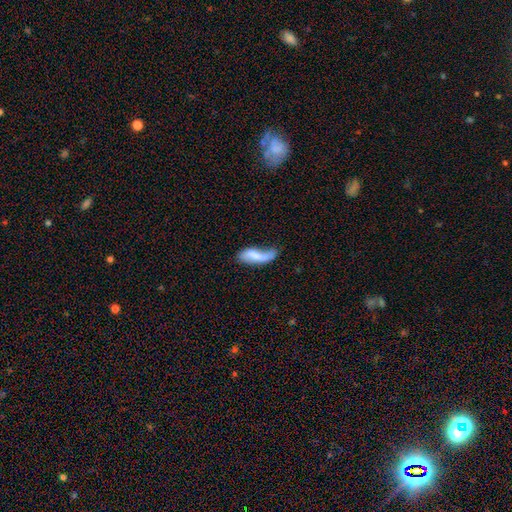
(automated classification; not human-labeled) A smooth galaxy with no disk features (52%) that is in between round and cigar-shaped (68%). Merging: none (34%).